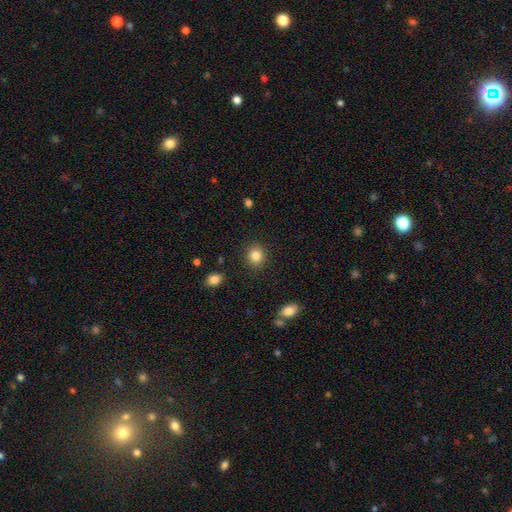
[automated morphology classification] Smooth or featured? Predicted: smooth (p=0.85). How rounded? Predicted: round (p=0.84). Merging? Predicted: none (p=0.90).